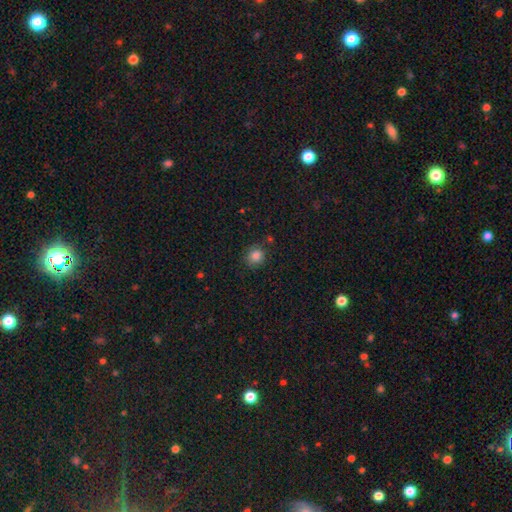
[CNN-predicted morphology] This is clearly a smooth galaxy (83%). How rounded: clearly round (85%). Merging: clearly none (82%).